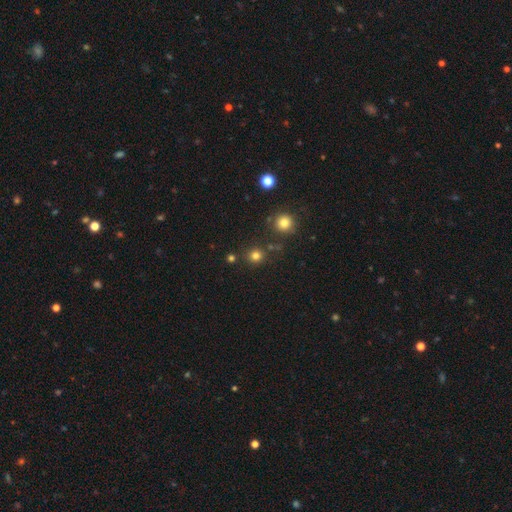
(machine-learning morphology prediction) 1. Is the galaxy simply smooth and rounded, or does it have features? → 78% smooth, 17% star or artifact, 5% featured or disk.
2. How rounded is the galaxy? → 90% round, 9% in between, 1% cigar-shaped.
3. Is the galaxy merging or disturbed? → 84% none, 7% minor disturbance, 6% merger, 3% major disturbance.